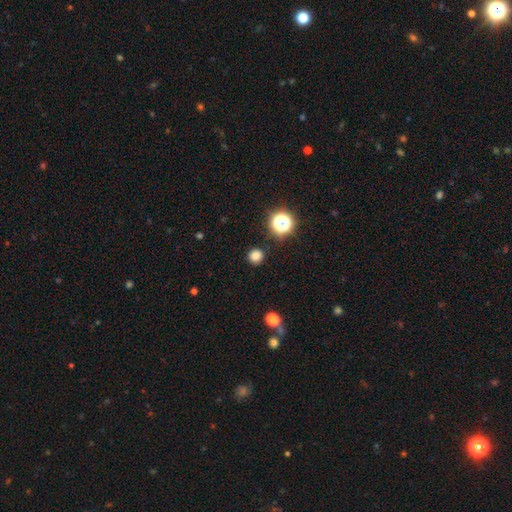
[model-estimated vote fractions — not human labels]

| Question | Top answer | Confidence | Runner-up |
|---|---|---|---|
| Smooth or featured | smooth | 80% | star or artifact (16%) |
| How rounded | round | 92% | in between (7%) |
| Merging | none | 90% | minor disturbance (6%) |